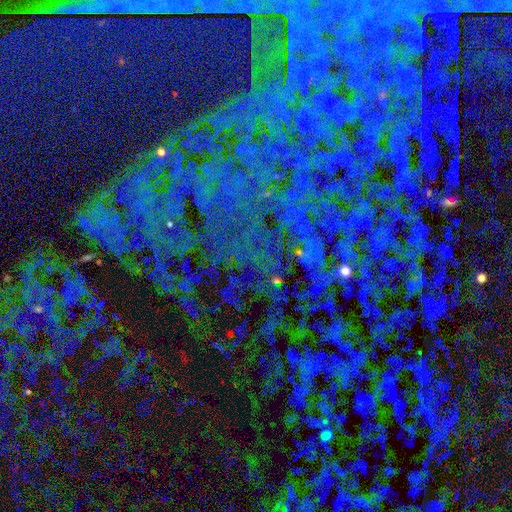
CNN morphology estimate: smooth-or-featured: star or artifact: 80% | smooth: 11% | featured or disk: 9%